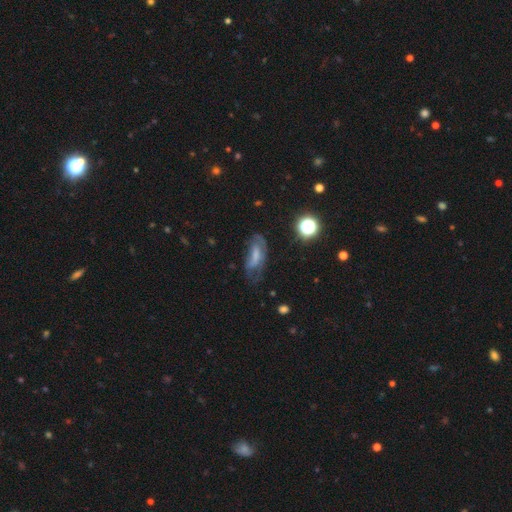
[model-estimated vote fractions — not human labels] featured or disk 43% (tied), smooth 43% (tied), star or artifact 14%. Down the decision tree: merging — none (45%).